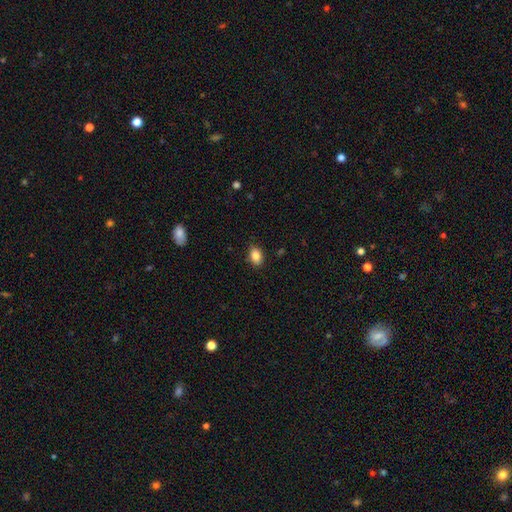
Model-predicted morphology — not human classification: Overall: smooth (86%). How rounded: in between (82%). Merging: none (85%).